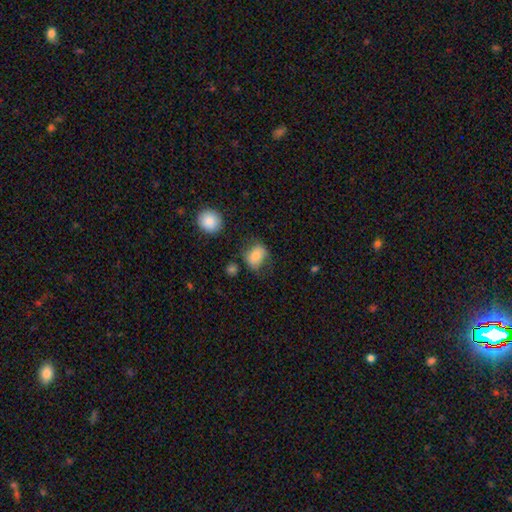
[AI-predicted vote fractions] Smooth or featured? smooth (77%)
How rounded? in between (61%)
Merging? none (53%)